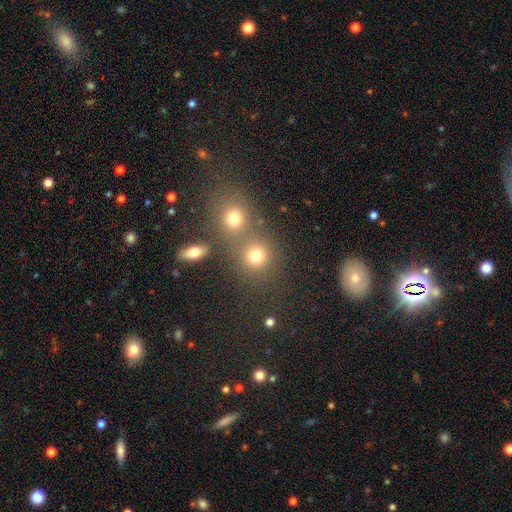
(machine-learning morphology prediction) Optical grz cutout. It shows a smooth galaxy with no disk features (77%) that is round (85%). Merging: none (57%).